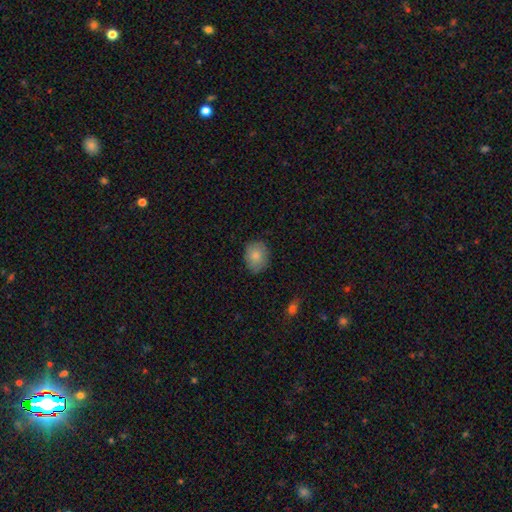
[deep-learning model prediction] Overall: smooth (84%). How rounded: round (55%; in between 44%). Merging: none (83%).